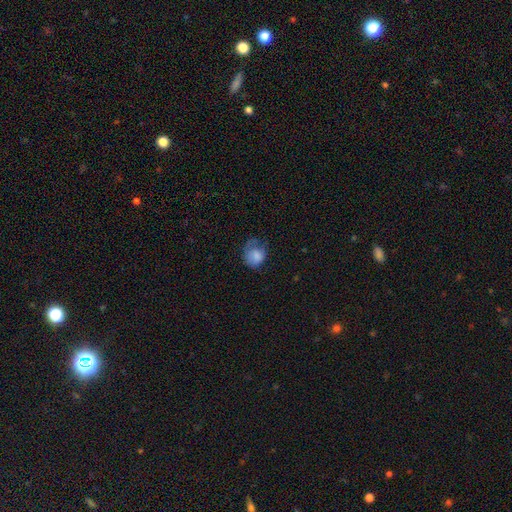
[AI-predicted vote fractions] Q: Smooth or featured?
A: smooth (74%); runner-up: featured or disk (18%)
Q: How rounded?
A: round (56%); runner-up: in between (43%)
Q: Merging?
A: major disturbance (34%); runner-up: none (32%)